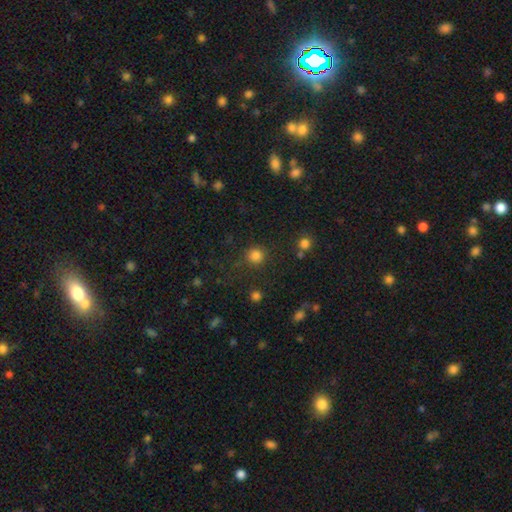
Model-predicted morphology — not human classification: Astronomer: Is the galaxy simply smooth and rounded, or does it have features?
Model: smooth — 83%.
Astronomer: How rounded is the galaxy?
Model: round — 93%.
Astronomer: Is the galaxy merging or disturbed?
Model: none — 82%.